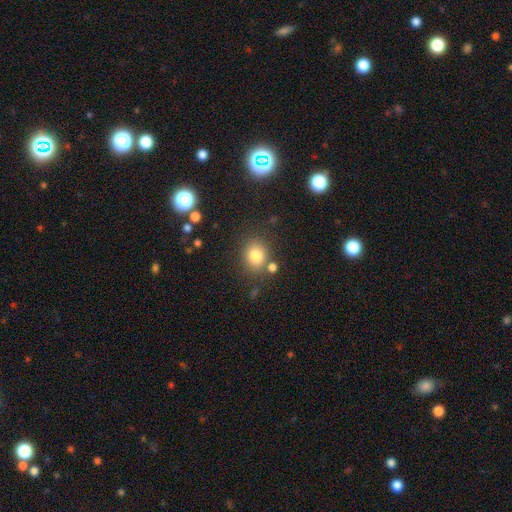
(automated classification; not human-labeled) Smooth or featured?
  - smooth: 79% *
  - star or artifact: 13%
  - featured or disk: 8%
How rounded?
  - round: 69% *
  - in between: 30%
  - cigar-shaped: 1%
Merging?
  - none: 75% *
  - minor disturbance: 11%
  - merger: 9%
  - major disturbance: 4%